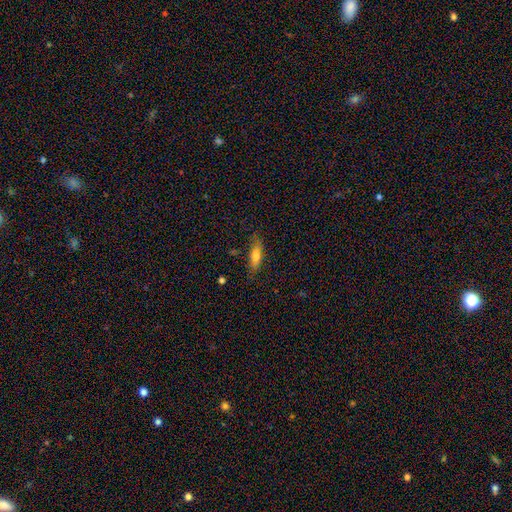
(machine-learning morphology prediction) A smooth galaxy with no disk features (74%) that is in between round and cigar-shaped (55%).

Vote fractions:
- Smooth or featured? smooth: 74% / featured or disk: 19% / star or artifact: 7%
- How rounded? in between: 55% / cigar-shaped: 42% / round: 3%
- Merging? none: 74% / minor disturbance: 19% / major disturbance: 5% / merger: 2%